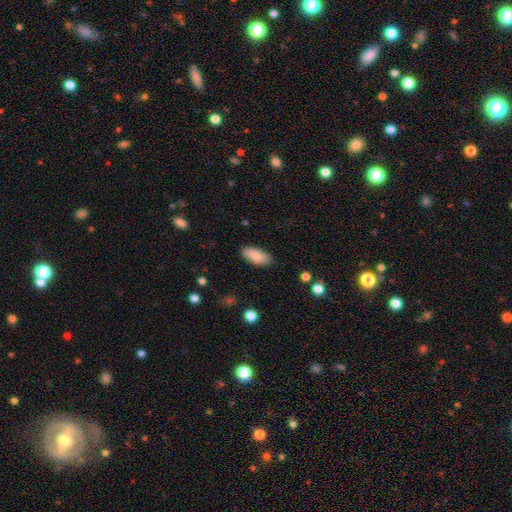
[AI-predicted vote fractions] smooth-or-featured: smooth: 86% | featured or disk: 8% | star or artifact: 6%
  how-rounded: in between: 91% | cigar-shaped: 7% | round: 2%
  merging: none: 85% | minor disturbance: 12% | major disturbance: 2% | merger: 1%